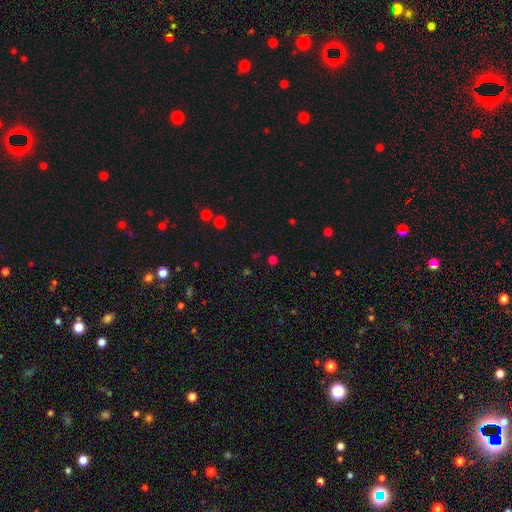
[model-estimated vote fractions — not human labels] Smooth or featured?
  - star or artifact: 49% *
  - smooth: 45%
  - featured or disk: 6%